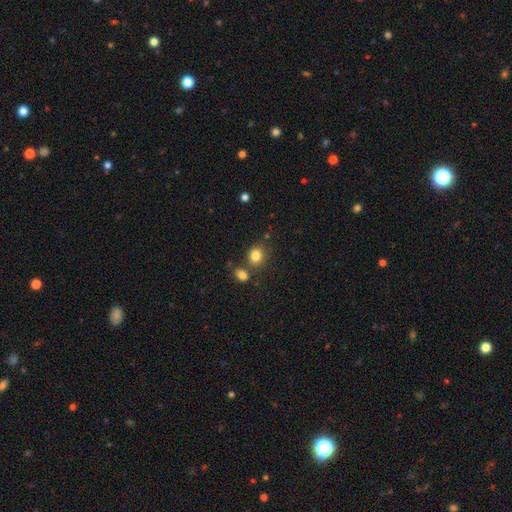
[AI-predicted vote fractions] Smooth or featured?
  - smooth: 83% *
  - star or artifact: 11%
  - featured or disk: 6%
How rounded?
  - round: 71% *
  - in between: 28%
  - cigar-shaped: 1%
Merging?
  - none: 70% *
  - merger: 16%
  - minor disturbance: 11%
  - major disturbance: 3%